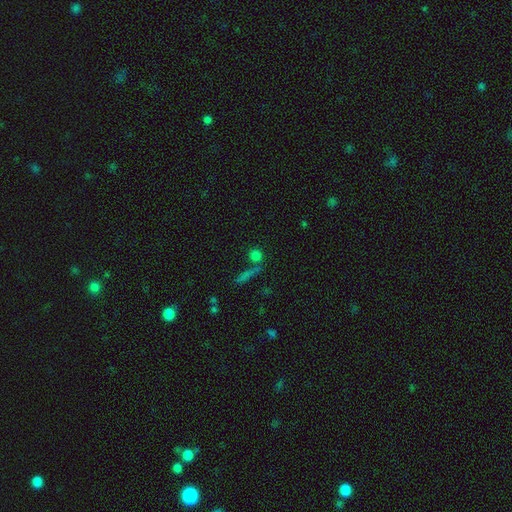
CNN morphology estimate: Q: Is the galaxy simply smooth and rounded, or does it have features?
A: smooth — 72%.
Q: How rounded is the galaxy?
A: round — 78%.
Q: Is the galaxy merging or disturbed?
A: none — 67%.